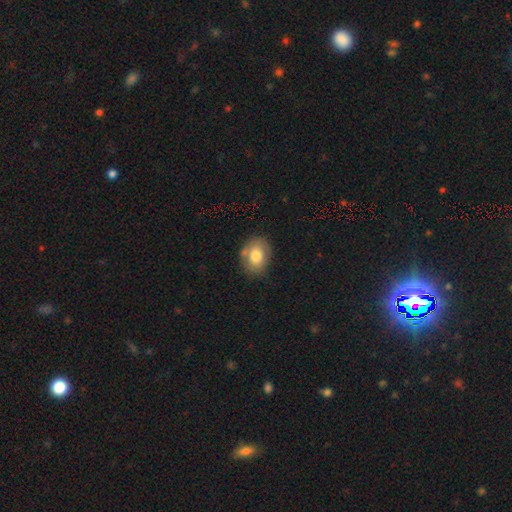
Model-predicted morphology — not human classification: A smooth galaxy with no disk features (72%) that is in between round and cigar-shaped (58%).

Vote fractions:
- Smooth or featured? smooth: 72% / featured or disk: 19% / star or artifact: 8%
- How rounded? in between: 58% / round: 41% / cigar-shaped: 1%
- Merging? none: 71% / minor disturbance: 20% / major disturbance: 5% / merger: 5%